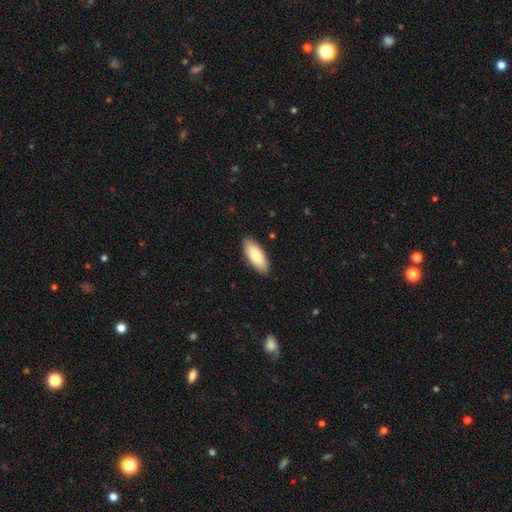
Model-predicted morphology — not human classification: A smooth galaxy with no disk features (83%) that is in between round and cigar-shaped (78%).

Vote fractions:
- Smooth or featured? smooth: 83% / featured or disk: 12% / star or artifact: 5%
- How rounded? in between: 78% / cigar-shaped: 20% / round: 2%
- Merging? none: 88% / minor disturbance: 9% / major disturbance: 2% / merger: 1%